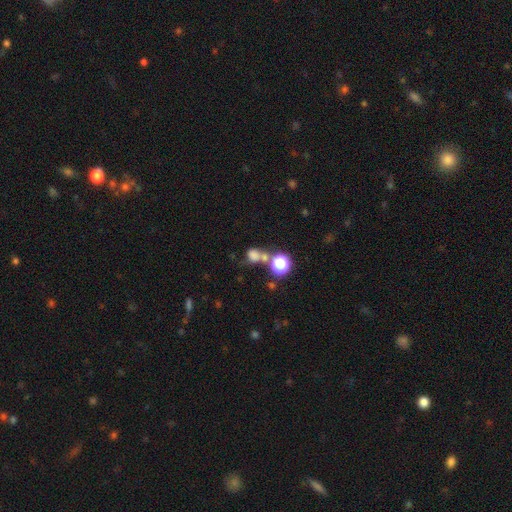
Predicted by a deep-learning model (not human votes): smooth_or_featured: smooth (p=0.67) [alt: star or artifact p=0.22]
how_rounded: round (p=0.69) [alt: in between p=0.29]
merging: none (p=0.40) [alt: merger p=0.38]